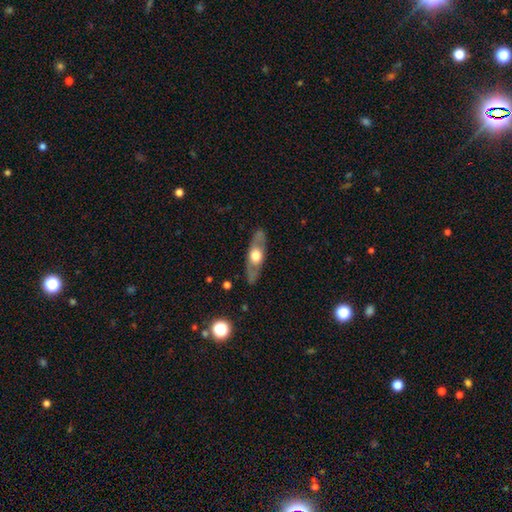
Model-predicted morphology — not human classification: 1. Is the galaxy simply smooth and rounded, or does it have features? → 60% featured or disk, 35% smooth, 5% star or artifact.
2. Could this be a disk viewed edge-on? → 62% yes, 38% no.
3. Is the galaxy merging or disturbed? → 83% none, 12% minor disturbance, 3% major disturbance, 1% merger.